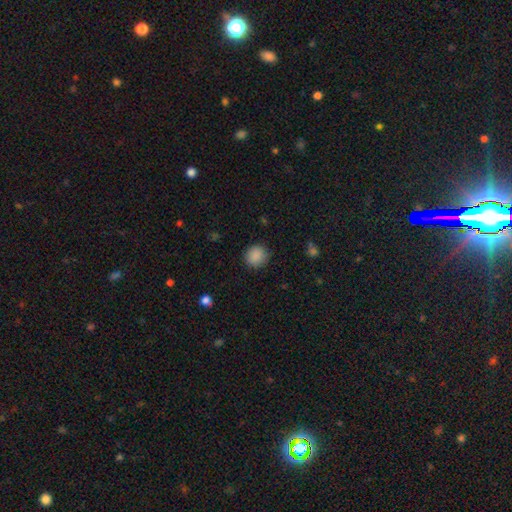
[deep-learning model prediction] This is clearly a smooth galaxy (88%). How rounded: clearly round (88%). Merging: clearly none (88%).